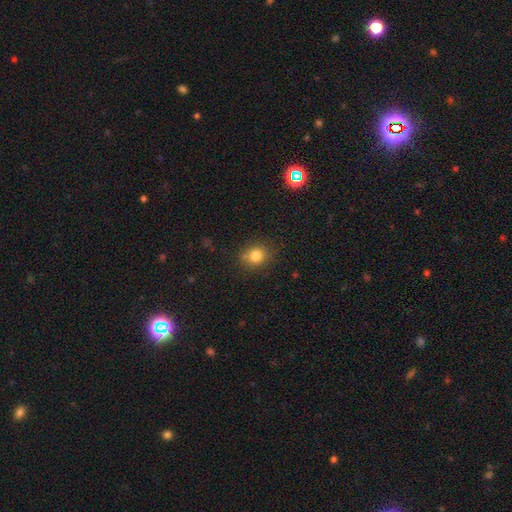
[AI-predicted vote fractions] A smooth galaxy with no disk features (80%) that is round (70%).

Vote fractions:
- Smooth or featured? smooth: 80% / star or artifact: 13% / featured or disk: 7%
- How rounded? round: 70% / in between: 29% / cigar-shaped: 1%
- Merging? none: 82% / minor disturbance: 12% / major disturbance: 3% / merger: 3%